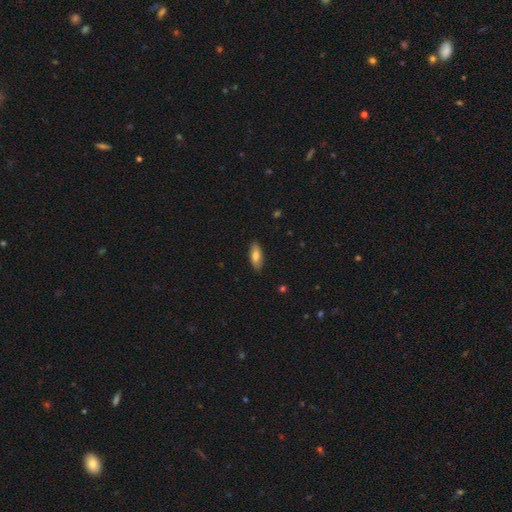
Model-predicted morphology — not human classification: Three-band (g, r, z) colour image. It shows a smooth galaxy with no disk features (77%) that is in between round and cigar-shaped (74%). Merging: none (87%).